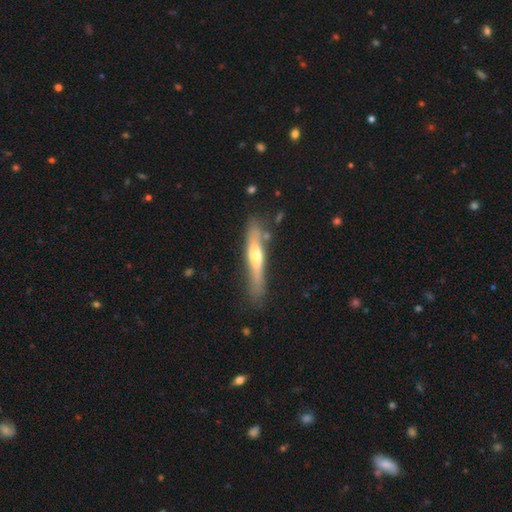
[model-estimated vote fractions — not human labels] smooth-or-featured: featured or disk: 53% | smooth: 42% | star or artifact: 6%
  disk-edge-on: yes: 84% | no: 16%
  merging: none: 71% | minor disturbance: 19% | major disturbance: 5% | merger: 5%